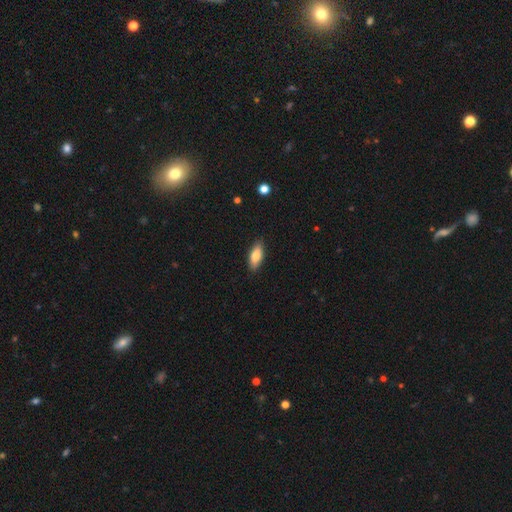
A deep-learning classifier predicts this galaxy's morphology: type=smooth (80%); roundness=in between (76%); merging=none (88%).